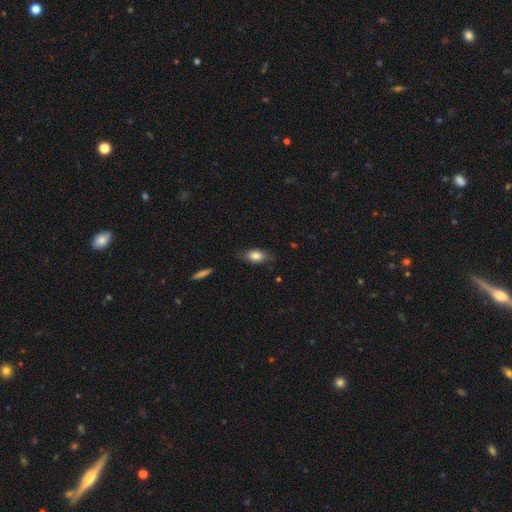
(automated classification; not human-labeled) smooth-or-featured: smooth: 79% | featured or disk: 14% | star or artifact: 7%
  how-rounded: in between: 84% | round: 9% | cigar-shaped: 7%
  merging: none: 75% | minor disturbance: 20% | major disturbance: 4% | merger: 1%